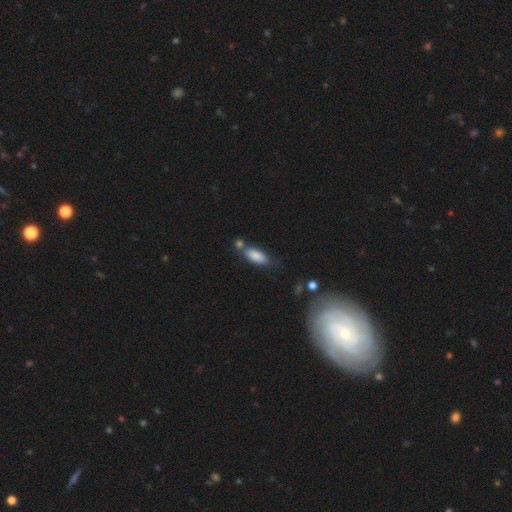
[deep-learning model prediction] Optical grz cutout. It shows a smooth galaxy with no disk features (84%) that is in between round and cigar-shaped (77%). Merging: none (55%).